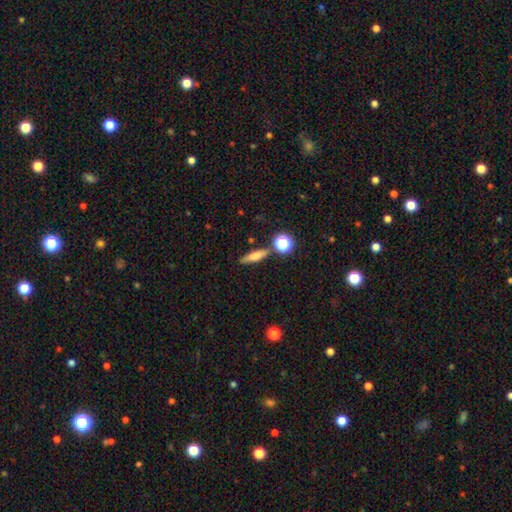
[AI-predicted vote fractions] Smooth or featured: smooth — 67% (featured or disk — 21%)
How rounded: cigar-shaped — 67% (in between — 24%)
Merging: none — 79% (minor disturbance — 10%)